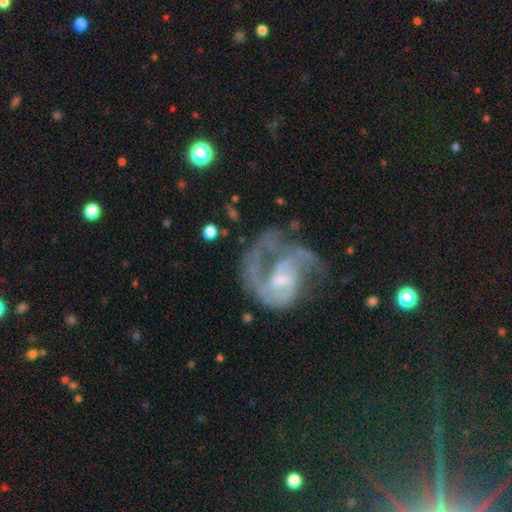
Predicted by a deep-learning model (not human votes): Smooth or featured? featured or disk (75%)
Edge-on disk? no (98%)
Bar? no (56%)
Spiral arms? yes (93%)
Spiral winding? medium (46%)
Spiral arm count? 2 (44%)
Bulge size? small (58%)
Merging? none (50%)